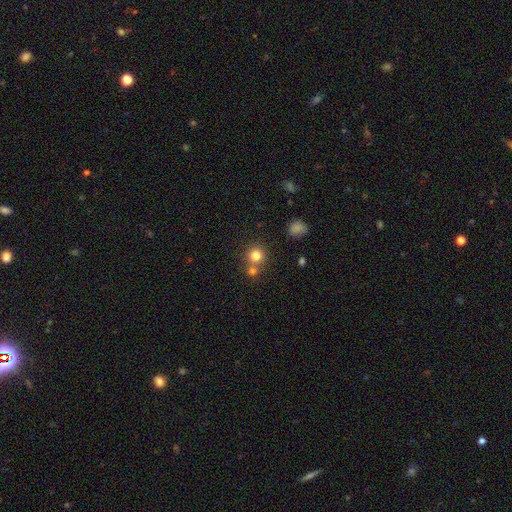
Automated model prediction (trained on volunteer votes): smooth-or-featured: smooth: 79% | star or artifact: 13% | featured or disk: 8%
  how-rounded: round: 91% | in between: 8% | cigar-shaped: 1%
  merging: none: 62% | merger: 28% | minor disturbance: 7% | major disturbance: 3%